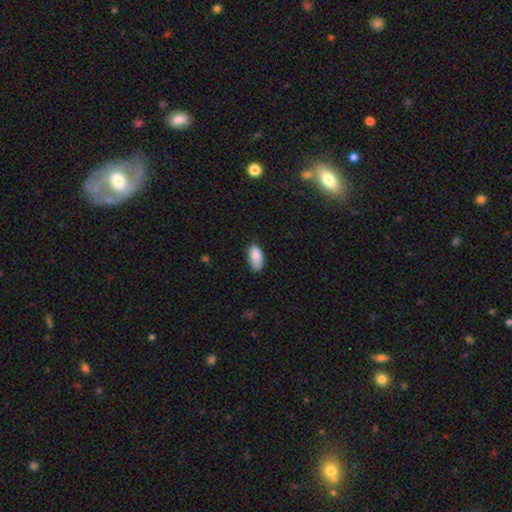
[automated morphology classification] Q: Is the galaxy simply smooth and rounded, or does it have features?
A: smooth — 87%.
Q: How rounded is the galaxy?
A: in between — 93%.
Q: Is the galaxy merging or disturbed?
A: none — 64%.